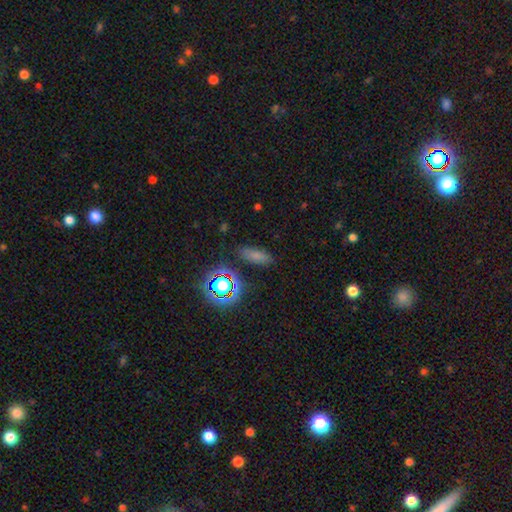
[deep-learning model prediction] smooth-or-featured: smooth: 68% | star or artifact: 22% | featured or disk: 10%
  how-rounded: in between: 67% | cigar-shaped: 27% | round: 6%
  merging: none: 83% | minor disturbance: 11% | major disturbance: 3% | merger: 2%